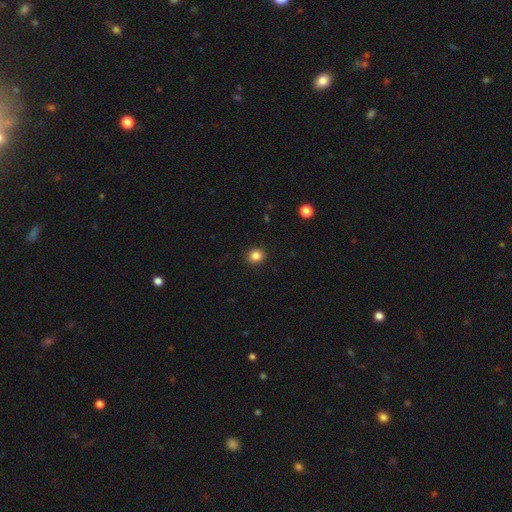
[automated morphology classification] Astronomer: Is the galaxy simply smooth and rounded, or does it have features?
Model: smooth — 85%.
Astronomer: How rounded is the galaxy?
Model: round — 81%.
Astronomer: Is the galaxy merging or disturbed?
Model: none — 91%.